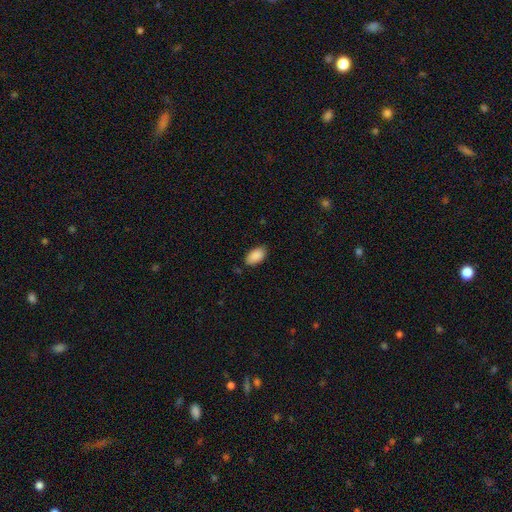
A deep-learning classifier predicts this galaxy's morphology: smooth 90%, star or artifact 7%, featured or disk 4%. Down the decision tree: how rounded — in between (94%); merging — none (83%).